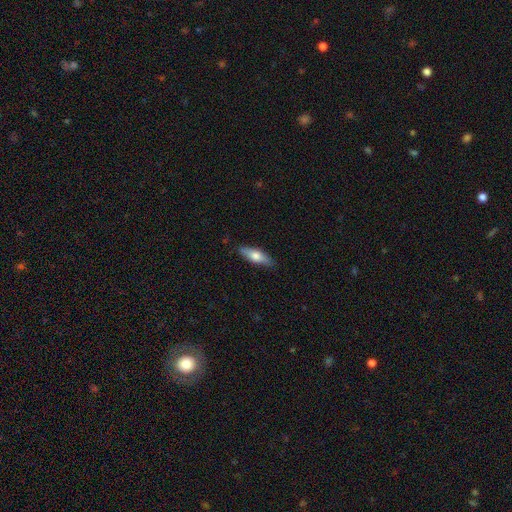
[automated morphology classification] A smooth galaxy with no disk features (60%) that is in between round and cigar-shaped (50%). Merging: none (86%).